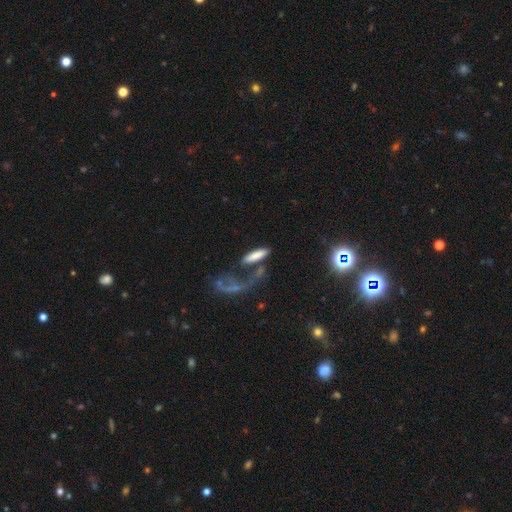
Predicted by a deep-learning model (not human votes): Overall: smooth (74%). How rounded: cigar-shaped (58%; in between 39%). Merging: none (39%; merger 28%).